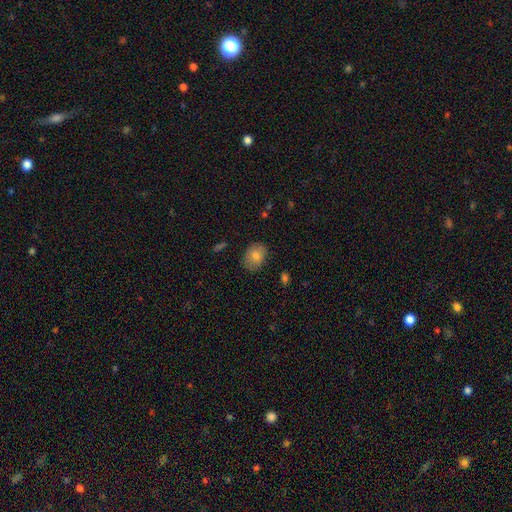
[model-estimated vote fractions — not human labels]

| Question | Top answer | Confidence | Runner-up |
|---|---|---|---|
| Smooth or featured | smooth | 80% | featured or disk (12%) |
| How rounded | in between | 64% | round (35%) |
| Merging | none | 83% | minor disturbance (13%) |